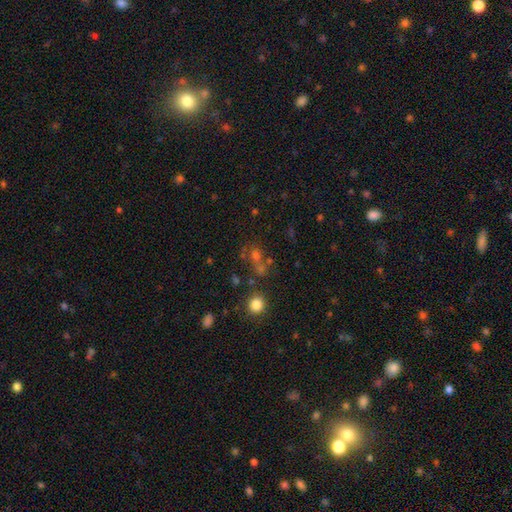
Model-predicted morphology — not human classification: Smooth or featured?
  - smooth: 49% *
  - star or artifact: 35%
  - featured or disk: 15%
Merging?
  - none: 53% *
  - merger: 30%
  - minor disturbance: 10%
  - major disturbance: 8%